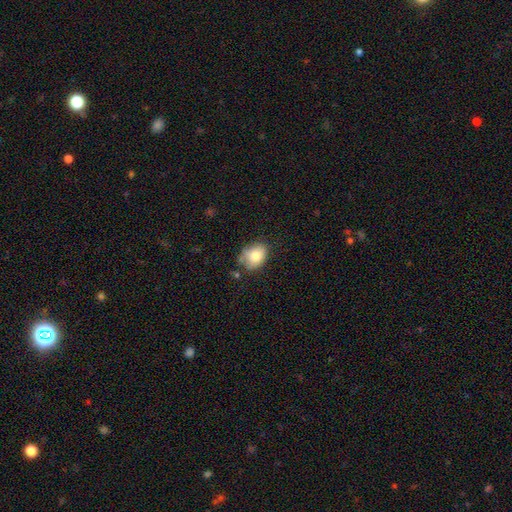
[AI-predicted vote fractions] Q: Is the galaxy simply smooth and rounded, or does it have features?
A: smooth — 79%.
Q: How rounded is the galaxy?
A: in between — 64%.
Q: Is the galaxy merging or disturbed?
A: none — 59%.